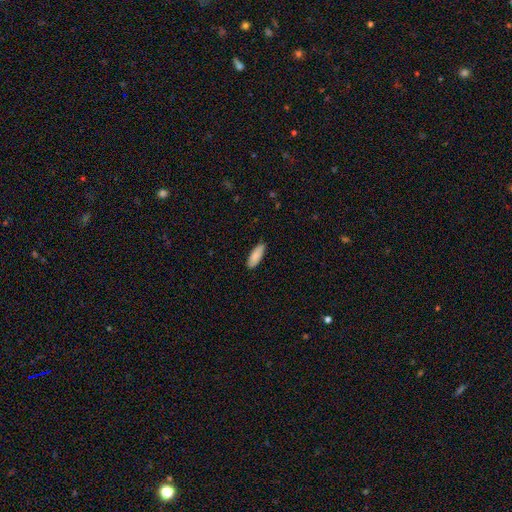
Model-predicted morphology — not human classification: Q: Smooth or featured?
A: smooth (87%); runner-up: featured or disk (7%)
Q: How rounded?
A: in between (68%); runner-up: cigar-shaped (30%)
Q: Merging?
A: none (85%); runner-up: minor disturbance (12%)